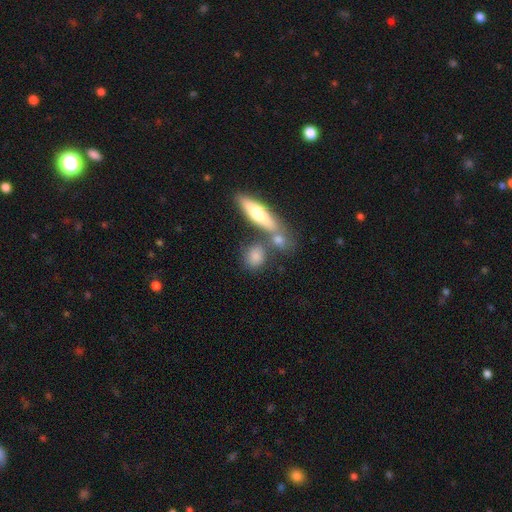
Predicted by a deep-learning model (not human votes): Morphology: type=smooth (76%); roundness=in between (46%); merging=none (58%).